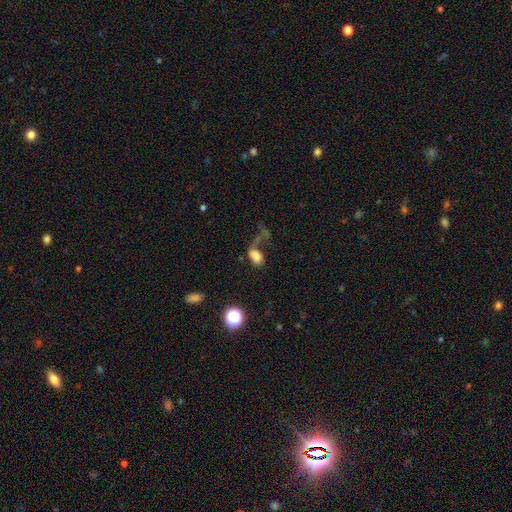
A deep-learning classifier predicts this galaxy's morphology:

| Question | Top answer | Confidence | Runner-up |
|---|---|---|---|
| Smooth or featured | smooth | 66% | featured or disk (17%) |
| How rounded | in between | 83% | round (14%) |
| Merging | major disturbance | 44% | none (24%) |